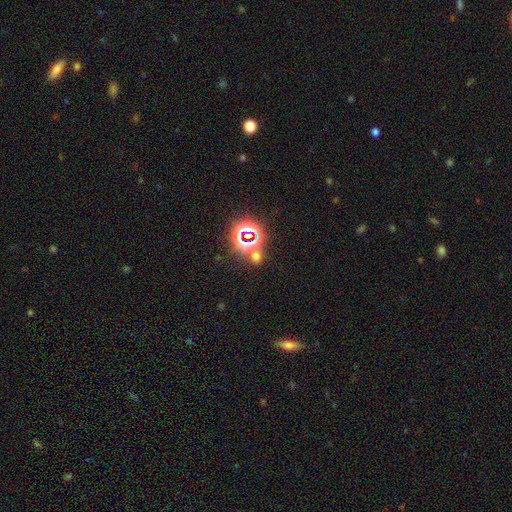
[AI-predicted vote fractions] star or artifact 52%, smooth 40%, featured or disk 8%.